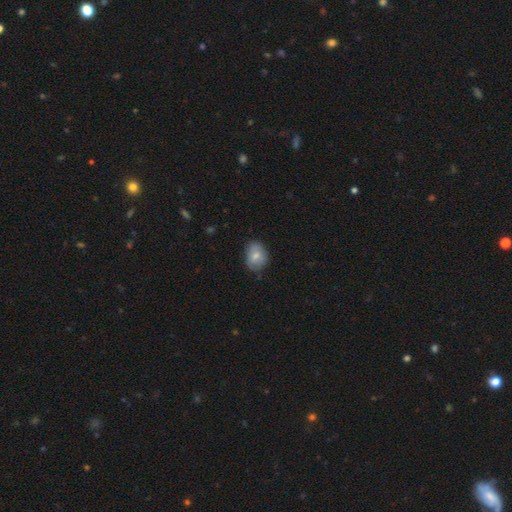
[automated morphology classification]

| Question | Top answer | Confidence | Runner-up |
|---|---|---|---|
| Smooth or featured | smooth | 75% | featured or disk (17%) |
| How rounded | in between | 64% | round (35%) |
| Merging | none | 71% | minor disturbance (24%) |